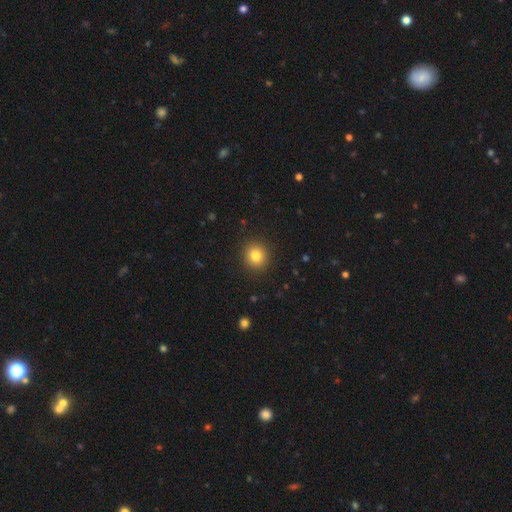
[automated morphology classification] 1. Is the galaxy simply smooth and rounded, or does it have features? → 81% smooth, 12% star or artifact, 7% featured or disk.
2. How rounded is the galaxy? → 88% round, 11% in between, 1% cigar-shaped.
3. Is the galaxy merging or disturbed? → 91% none, 6% minor disturbance, 2% major disturbance, 1% merger.